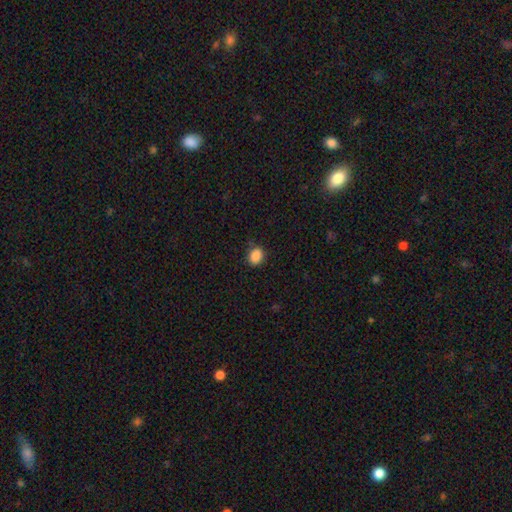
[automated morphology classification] This appears to be a smooth galaxy with no disk features (88%) that is in between round and cigar-shaped (59%). Merging: none (80%).